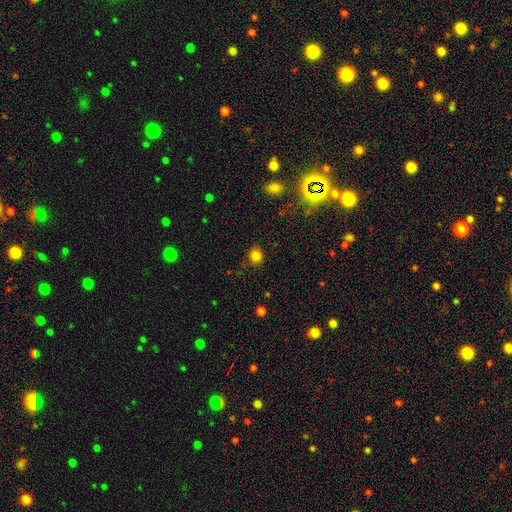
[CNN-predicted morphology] This appears to be a smooth galaxy with no disk features (81%) that is round (77%). Merging: none (83%).